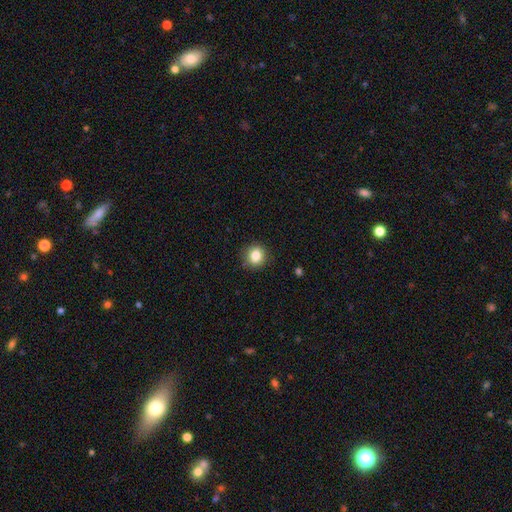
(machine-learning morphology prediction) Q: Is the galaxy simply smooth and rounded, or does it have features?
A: smooth — 84%.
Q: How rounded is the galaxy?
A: round — 88%.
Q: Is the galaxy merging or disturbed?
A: none — 88%.